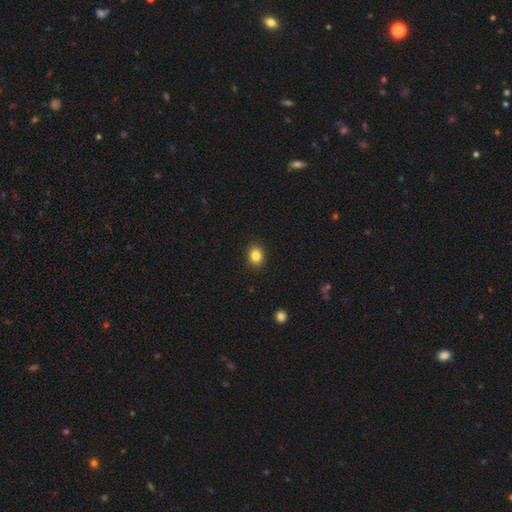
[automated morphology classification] The model was most divided on "how rounded": round: 57%, in between: 42%, cigar-shaped: 1%. More confident: merging — none (91%); smooth or featured — smooth (84%).